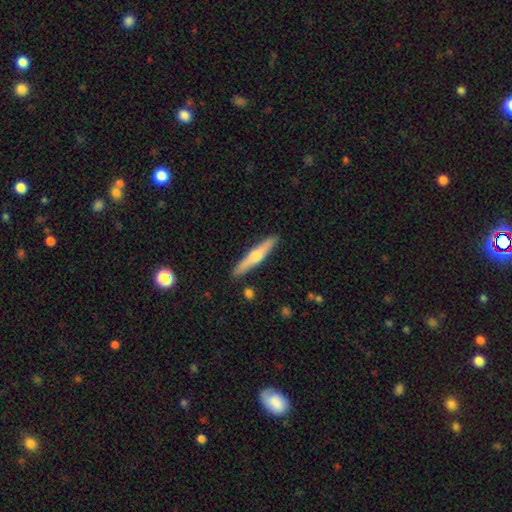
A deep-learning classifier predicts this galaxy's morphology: The model was most divided on "smooth or featured": featured or disk: 56%, smooth: 39%, star or artifact: 6%. More confident: edge-on disk — yes (96%); edge-on bulge — rounded (90%); merging — none (90%).